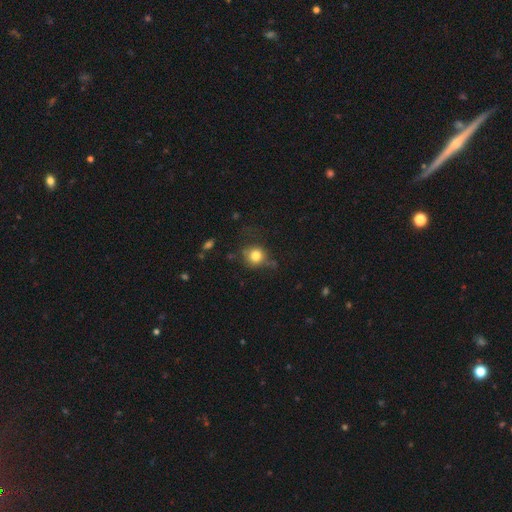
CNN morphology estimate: Smooth or featured? smooth (79%)
How rounded? round (88%)
Merging? none (68%)